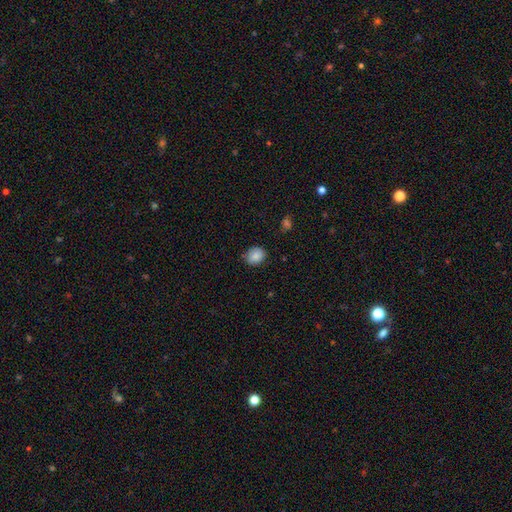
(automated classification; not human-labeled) A smooth galaxy with no disk features (86%) that is round (65%).

Vote fractions:
- Smooth or featured? smooth: 86% / star or artifact: 9% / featured or disk: 6%
- How rounded? round: 65% / in between: 34% / cigar-shaped: 1%
- Merging? none: 81% / minor disturbance: 15% / major disturbance: 3% / merger: 1%